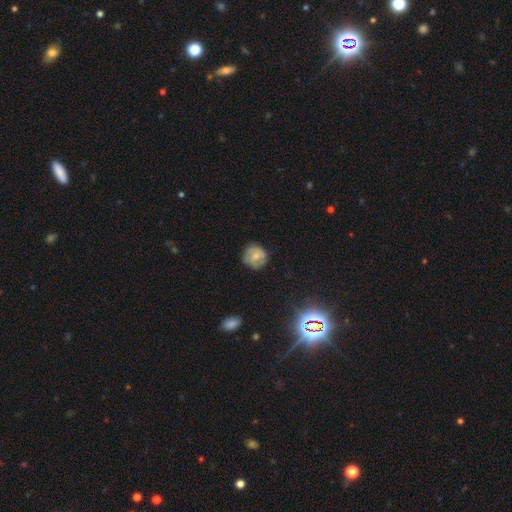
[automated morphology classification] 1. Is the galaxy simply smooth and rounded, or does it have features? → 53% smooth, 37% featured or disk, 10% star or artifact.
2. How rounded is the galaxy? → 86% round, 13% in between, 1% cigar-shaped.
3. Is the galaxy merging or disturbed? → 72% none, 20% minor disturbance, 6% major disturbance, 1% merger.